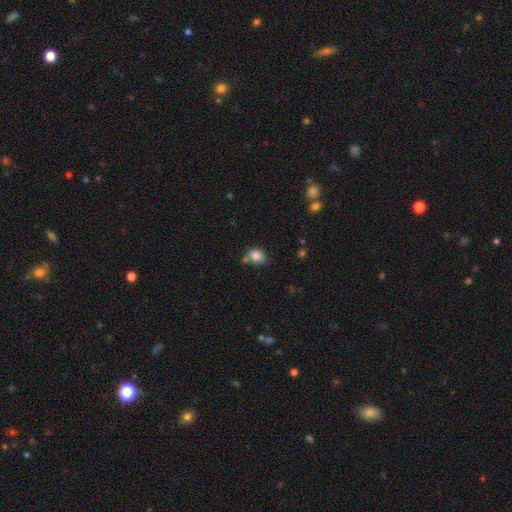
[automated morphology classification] Smooth or featured? smooth (84%)
How rounded? round (54%)
Merging? none (56%)